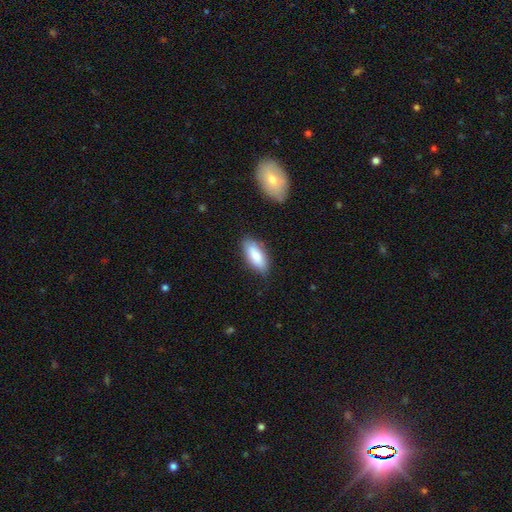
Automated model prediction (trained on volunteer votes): smooth-or-featured: smooth: 80% | featured or disk: 14% | star or artifact: 6%
  how-rounded: in between: 81% | cigar-shaped: 17% | round: 2%
  merging: none: 80% | minor disturbance: 15% | major disturbance: 3% | merger: 2%